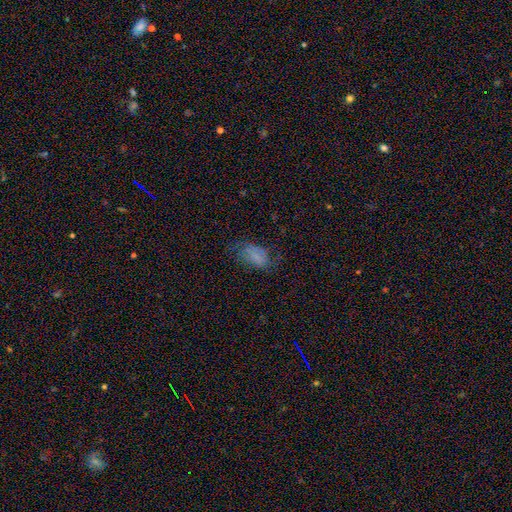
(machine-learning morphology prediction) type=smooth (61%); roundness=in between (91%); merging=none (47%).